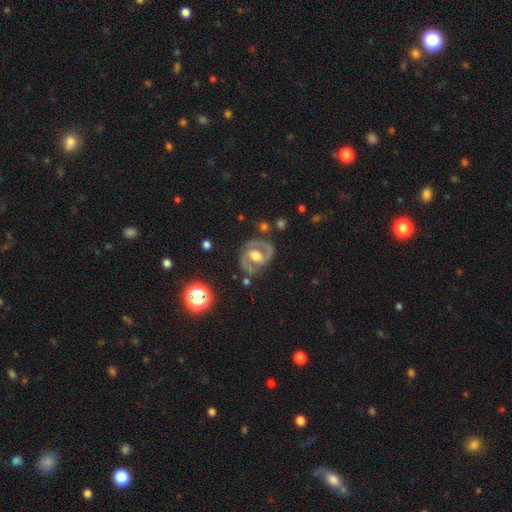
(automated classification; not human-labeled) Smooth or featured? Predicted: featured or disk (p=0.82). Edge-on disk? Predicted: no (p=0.97). Bar? Predicted: weak (p=0.42). Spiral arms? Predicted: yes (p=0.85). Spiral winding? Predicted: medium (p=0.53). Spiral arm count? Predicted: 2 (p=0.87). Bulge size? Predicted: moderate (p=0.64). Merging? Predicted: none (p=0.77).